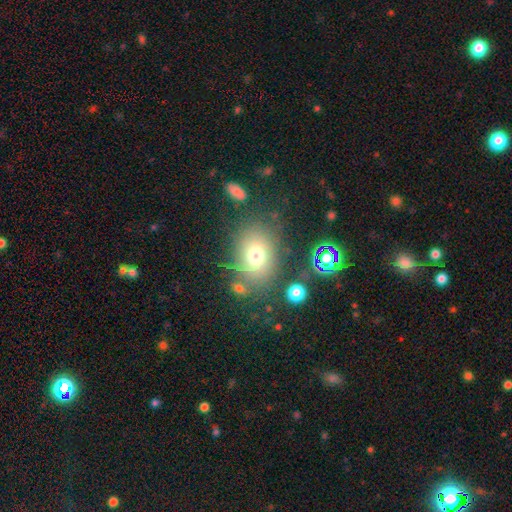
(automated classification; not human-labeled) This is likely a smooth galaxy (71%). How rounded: likely in between (61%). Merging: likely none (73%).